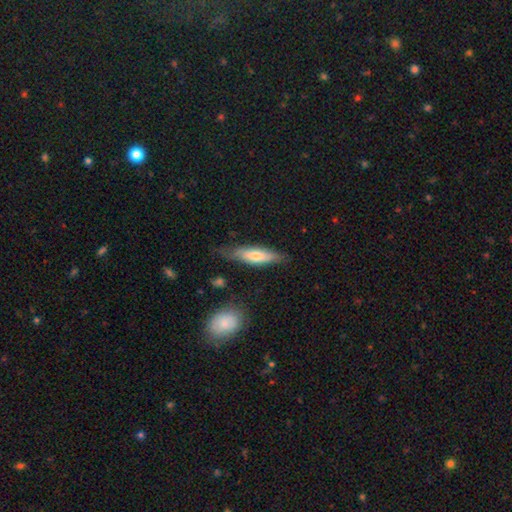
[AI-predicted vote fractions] Smooth or featured: smooth — 58% (featured or disk — 36%)
How rounded: cigar-shaped — 64% (in between — 34%)
Merging: none — 69% (minor disturbance — 23%)